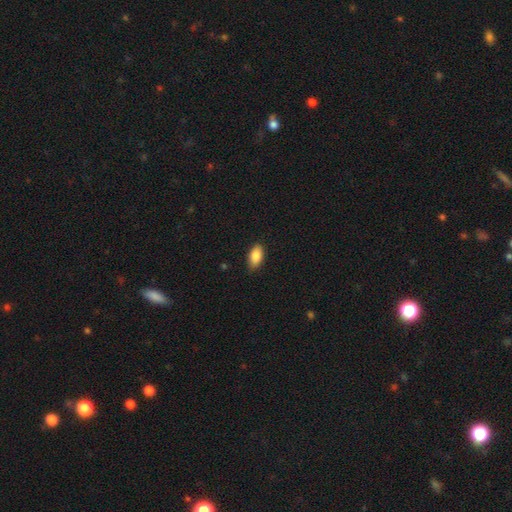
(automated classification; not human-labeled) Smooth or featured?
  - smooth: 87% *
  - star or artifact: 7%
  - featured or disk: 6%
How rounded?
  - in between: 92% *
  - cigar-shaped: 4%
  - round: 4%
Merging?
  - none: 83% *
  - minor disturbance: 14%
  - major disturbance: 2%
  - merger: 1%